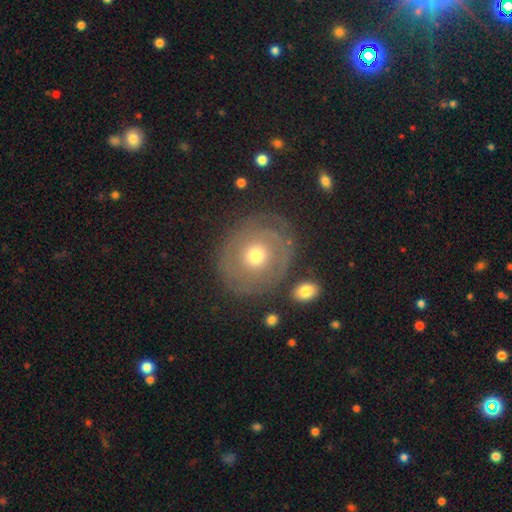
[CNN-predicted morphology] featured or disk 55%, smooth 36%, star or artifact 8%. Down the decision tree: edge-on disk — no (95%); bar — no (86%); spiral arms — yes (56%); bulge size — moderate (61%); merging — none (75%).